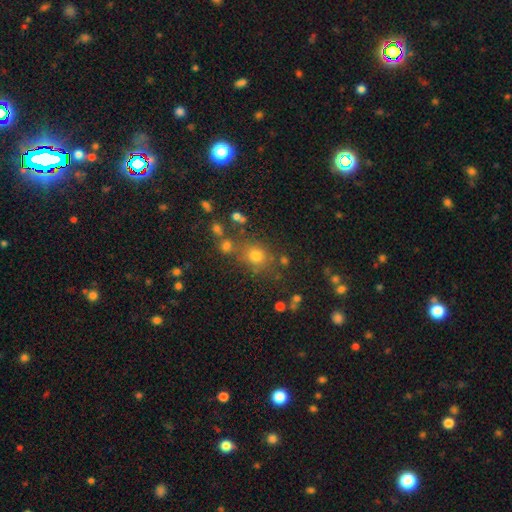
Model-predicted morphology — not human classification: This appears to be a smooth galaxy with no disk features (71%) that is round (75%). Merging: none (69%).